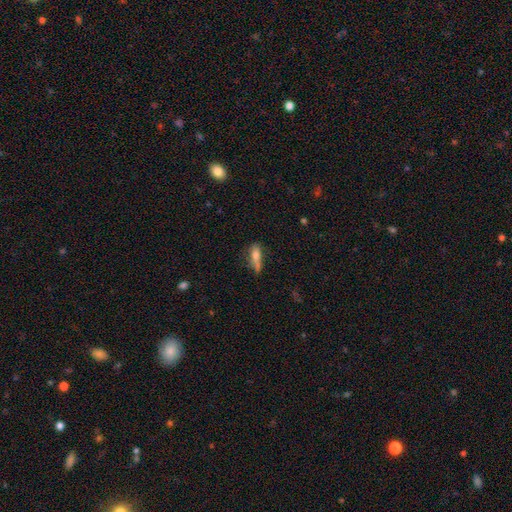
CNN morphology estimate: smooth 62%, featured or disk 29%, star or artifact 10%. Down the decision tree: how rounded — in between (53%); merging — none (47%).